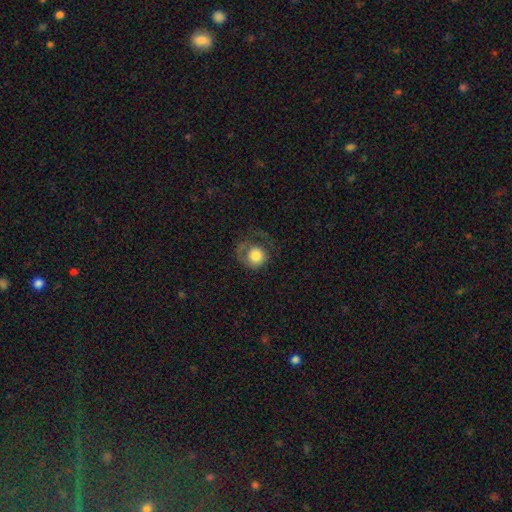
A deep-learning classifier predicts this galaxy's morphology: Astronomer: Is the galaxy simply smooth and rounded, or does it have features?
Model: smooth — 68%.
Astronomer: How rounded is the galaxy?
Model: round — 86%.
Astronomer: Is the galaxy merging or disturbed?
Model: none — 40% (runner-up: major disturbance, 38%).